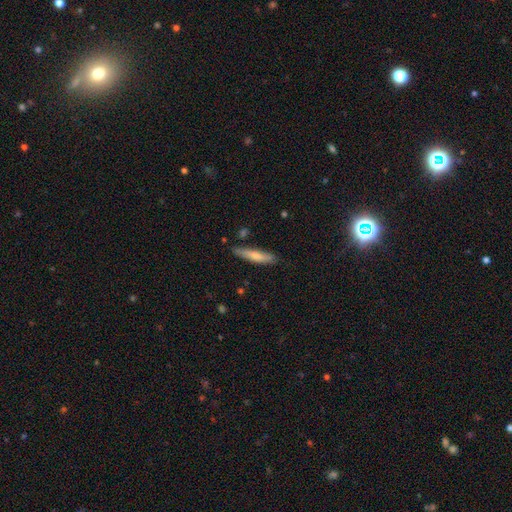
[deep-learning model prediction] A smooth galaxy with no disk features (69%) that is cigar-shaped (87%).

Vote fractions:
- Smooth or featured? smooth: 69% / featured or disk: 25% / star or artifact: 6%
- How rounded? cigar-shaped: 87% / in between: 11% / round: 1%
- Merging? none: 80% / minor disturbance: 14% / merger: 3% / major disturbance: 3%